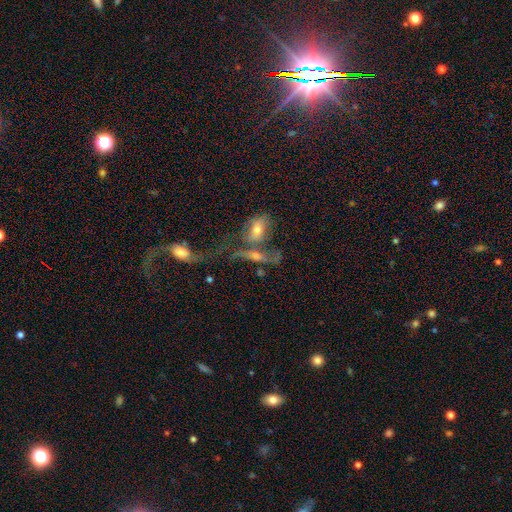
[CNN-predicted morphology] Smooth or featured?
  - featured or disk: 50% *
  - smooth: 37%
  - star or artifact: 14%
Merging?
  - merger: 57% *
  - none: 20%
  - major disturbance: 14%
  - minor disturbance: 9%